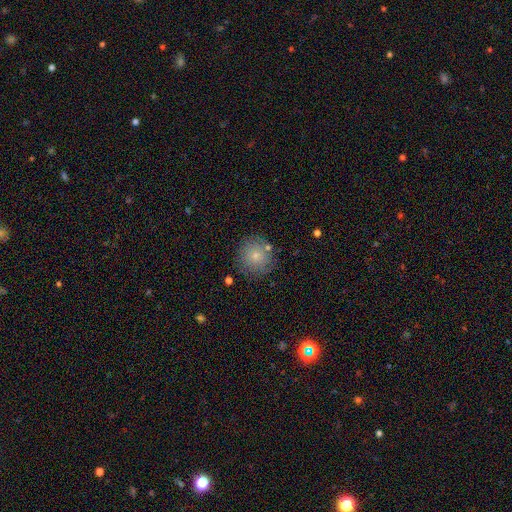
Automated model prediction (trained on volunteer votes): This is likely a smooth galaxy (75%). How rounded: clearly round (93%). Merging: likely none (80%).